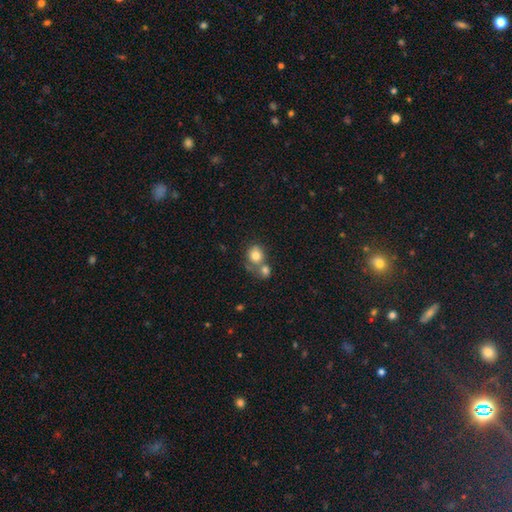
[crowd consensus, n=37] smooth 86%, featured or disk 8%, star or artifact 5%. Down the decision tree: how rounded — round (72%); merging — merger (57%).